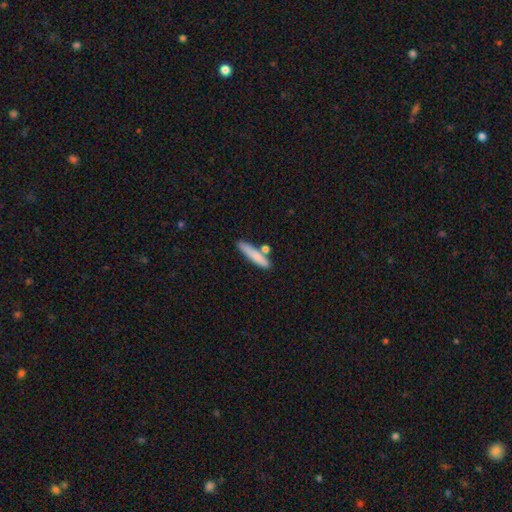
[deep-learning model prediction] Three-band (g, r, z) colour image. It shows a smooth galaxy with no disk features (78%) that is cigar-shaped (86%). Merging: none (70%).